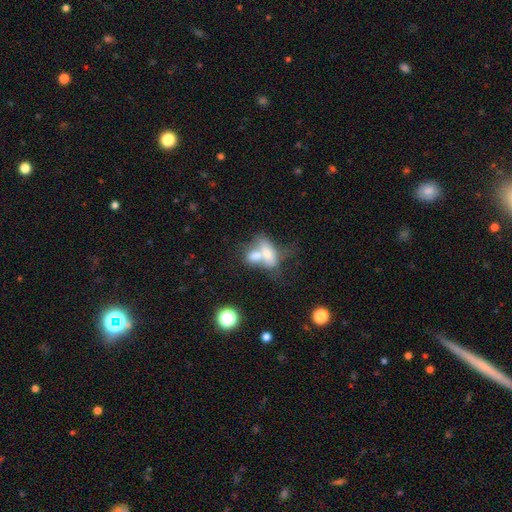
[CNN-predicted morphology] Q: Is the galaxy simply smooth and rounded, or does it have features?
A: smooth — 64%.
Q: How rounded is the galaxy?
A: in between — 80%.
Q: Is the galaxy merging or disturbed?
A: merger — 70%.